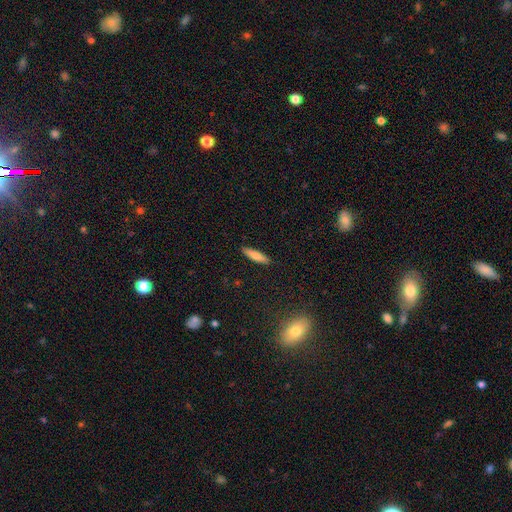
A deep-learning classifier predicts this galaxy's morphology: Smooth or featured? smooth (77%)
How rounded? cigar-shaped (73%)
Merging? none (88%)